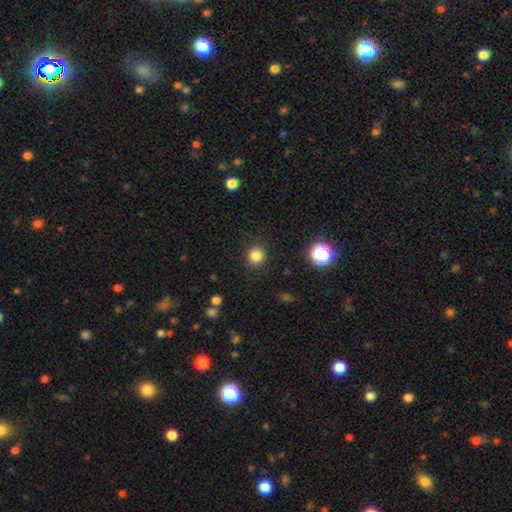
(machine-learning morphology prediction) Overall: smooth (84%). How rounded: round (91%). Merging: none (90%).